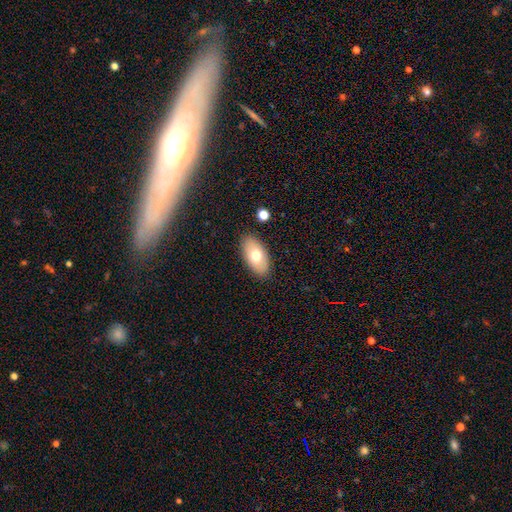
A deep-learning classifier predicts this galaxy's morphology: type=smooth (69%); roundness=in between (94%); merging=none (87%).